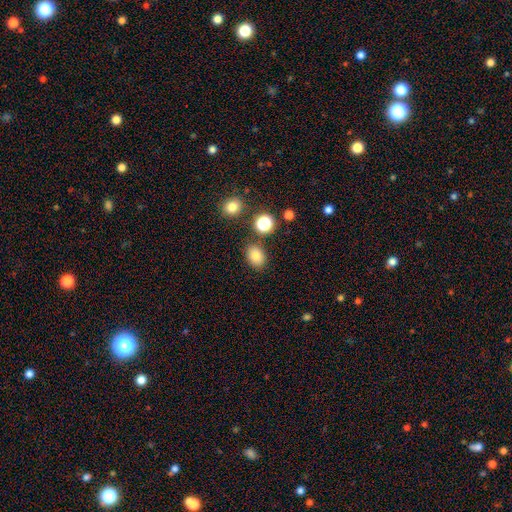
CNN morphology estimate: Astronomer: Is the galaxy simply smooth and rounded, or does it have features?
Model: smooth — 80%.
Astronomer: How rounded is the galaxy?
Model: in between — 63%.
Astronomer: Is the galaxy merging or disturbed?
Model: none — 82%.